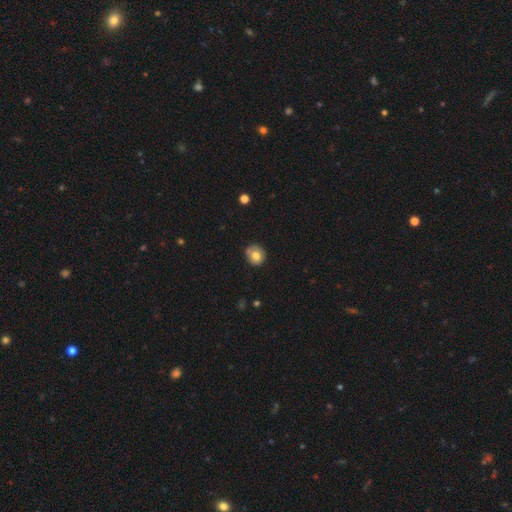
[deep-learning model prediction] This appears to be a smooth galaxy with no disk features (72%) that is round (83%). Merging: none (72%).